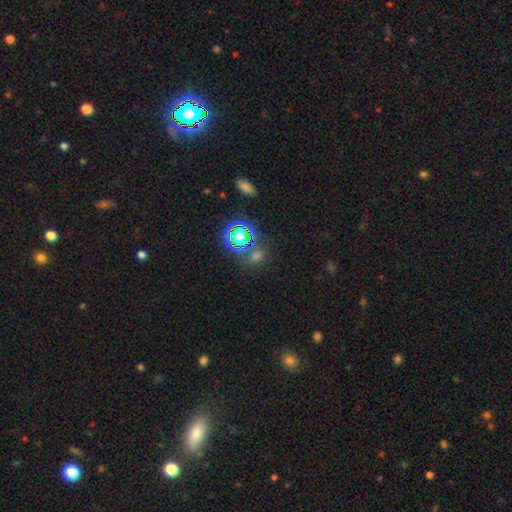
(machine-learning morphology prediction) Smooth or featured?
  - star or artifact: 56% *
  - smooth: 35%
  - featured or disk: 9%